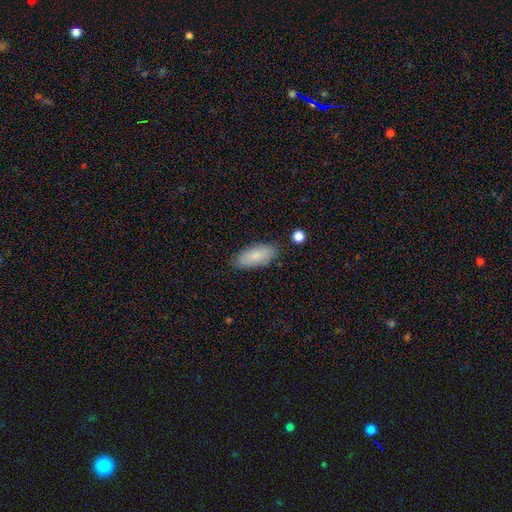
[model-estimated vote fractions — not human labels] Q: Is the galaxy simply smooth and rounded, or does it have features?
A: smooth — 84%.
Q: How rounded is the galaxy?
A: in between — 84%.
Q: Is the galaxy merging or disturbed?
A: none — 81%.